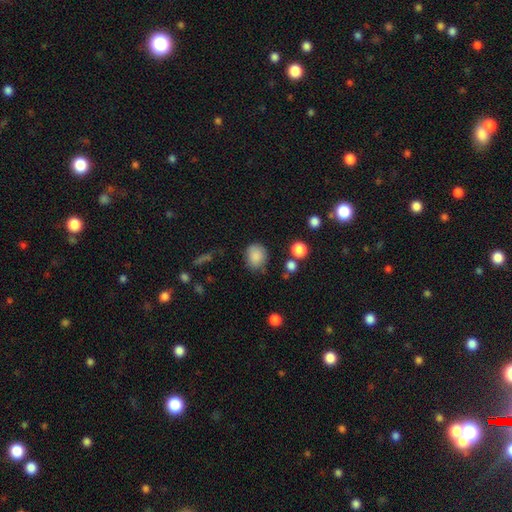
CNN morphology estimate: This appears to be a smooth galaxy with no disk features (86%) that is round (63%). Merging: none (77%).